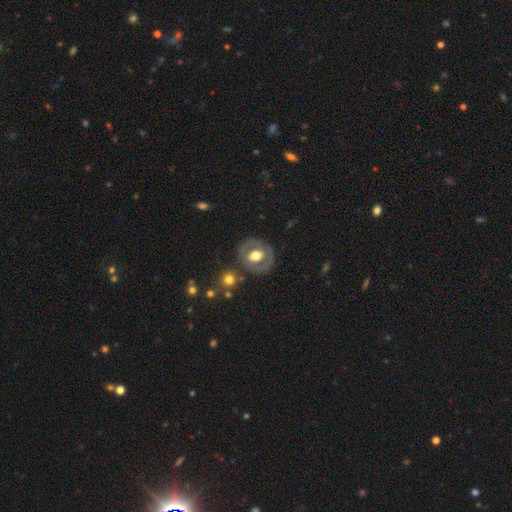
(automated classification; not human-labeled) smooth-or-featured: featured or disk: 58% | smooth: 36% | star or artifact: 6%
  disk-edge-on: no: 95% | yes: 5%
    bar: no: 62% | weak: 26% | strong: 12%
    has-spiral-arms: no: 75% | yes: 25%
    bulge-size: moderate: 54% | large: 39% | small: 4% | dominant: 3% | none: 1%
  merging: none: 75% | minor disturbance: 14% | major disturbance: 6% | merger: 4%